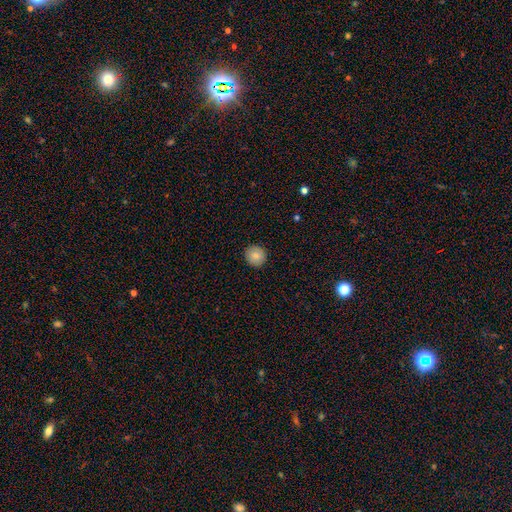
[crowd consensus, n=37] This is clearly a smooth galaxy (89%). How rounded: clearly round (91%). Merging: clearly none (89%).